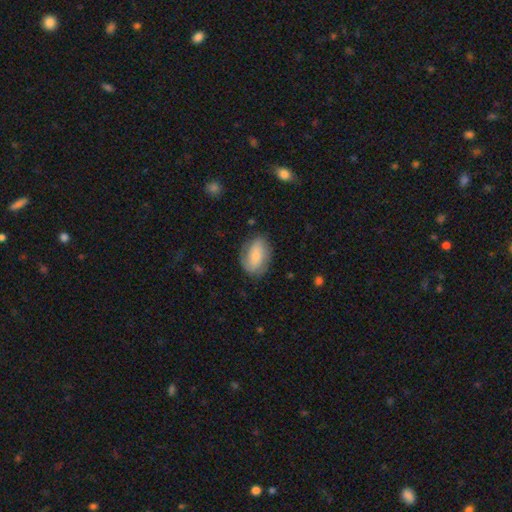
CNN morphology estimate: Smooth or featured?
  - smooth: 52% *
  - featured or disk: 41%
  - star or artifact: 7%
How rounded?
  - in between: 83% *
  - round: 15%
  - cigar-shaped: 2%
Merging?
  - none: 71% *
  - minor disturbance: 20%
  - major disturbance: 8%
  - merger: 1%